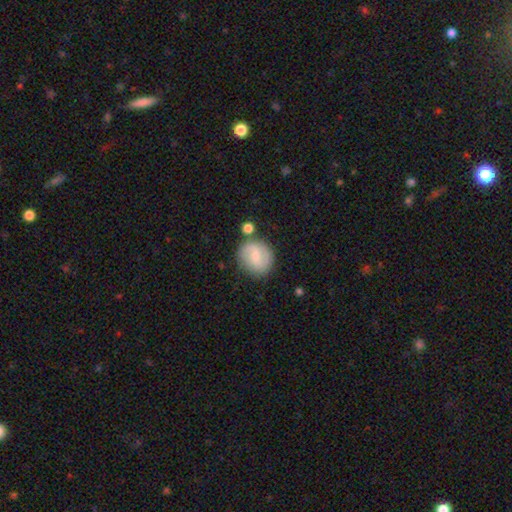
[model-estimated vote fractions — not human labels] smooth-or-featured: smooth: 49% | featured or disk: 44% | star or artifact: 7%
  merging: none: 73% | minor disturbance: 15% | merger: 8% | major disturbance: 4%